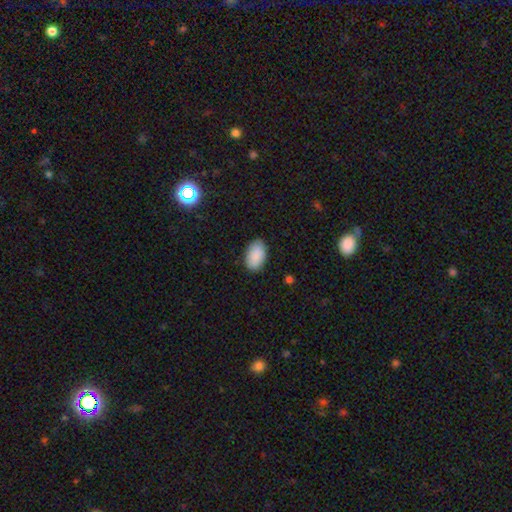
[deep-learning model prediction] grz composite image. It shows a smooth galaxy with no disk features (90%) that is in between round and cigar-shaped (94%). Merging: none (87%).